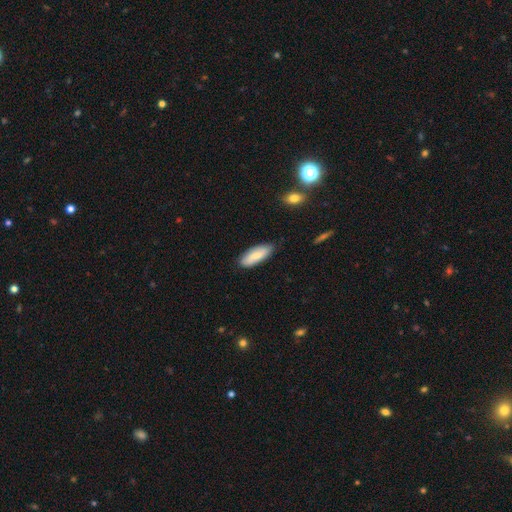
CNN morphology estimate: Smooth or featured? smooth (79%)
How rounded? in between (68%)
Merging? none (81%)